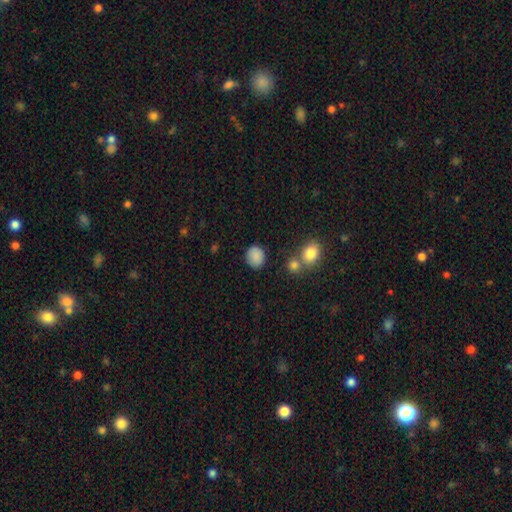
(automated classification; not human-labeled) This appears to be a smooth galaxy with no disk features (86%) that is round (67%). Merging: none (80%).